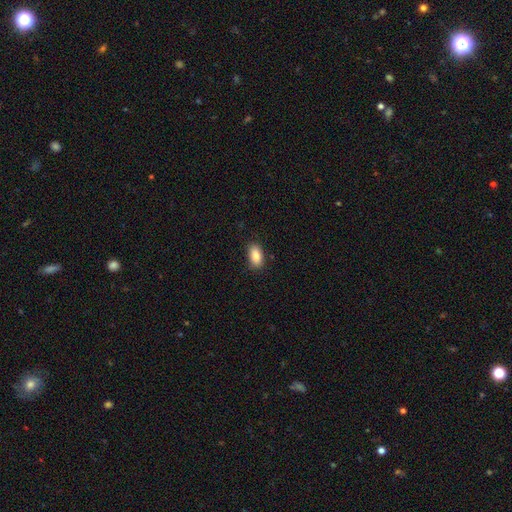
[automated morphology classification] A smooth galaxy with no disk features (87%) that is in between round and cigar-shaped (92%). Merging: none (86%).